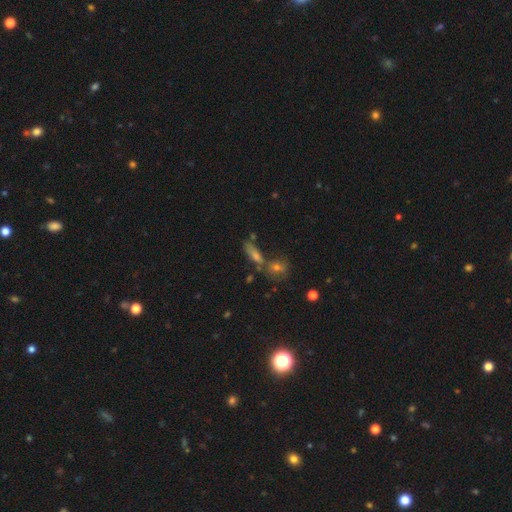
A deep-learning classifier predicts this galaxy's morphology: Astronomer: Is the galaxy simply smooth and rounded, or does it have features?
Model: smooth — 50% (runner-up: star or artifact, 27%).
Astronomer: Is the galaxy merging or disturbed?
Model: none — 47% (runner-up: merger, 35%).